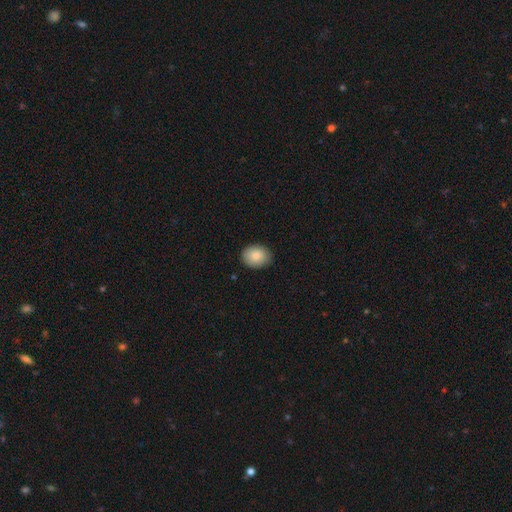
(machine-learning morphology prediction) Q: Smooth or featured?
A: smooth (86%); runner-up: star or artifact (7%)
Q: How rounded?
A: in between (58%); runner-up: round (41%)
Q: Merging?
A: none (87%); runner-up: minor disturbance (11%)